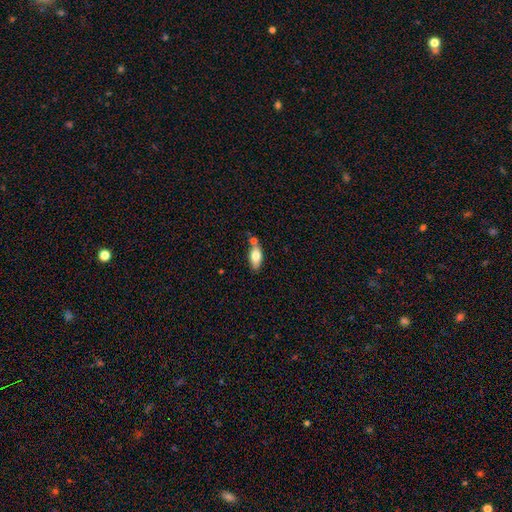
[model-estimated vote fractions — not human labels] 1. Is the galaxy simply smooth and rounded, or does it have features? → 75% smooth, 17% featured or disk, 7% star or artifact.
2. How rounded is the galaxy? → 86% in between, 11% cigar-shaped, 3% round.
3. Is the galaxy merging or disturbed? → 57% none, 22% merger, 17% minor disturbance, 4% major disturbance.